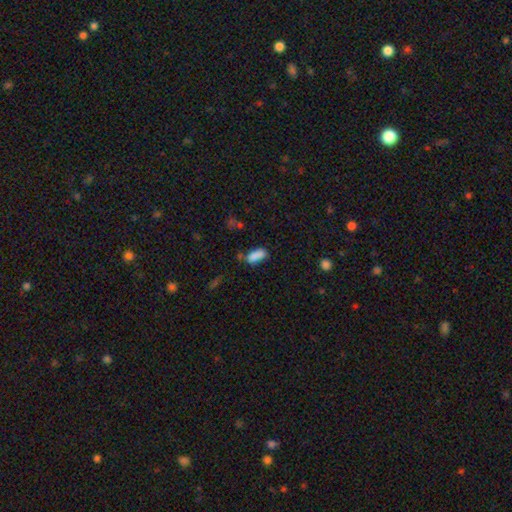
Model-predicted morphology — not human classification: The model was most divided on "merging": none: 51%, minor disturbance: 24%, merger: 16%, major disturbance: 9%. More confident: smooth or featured — smooth (82%); how rounded — in between (81%).